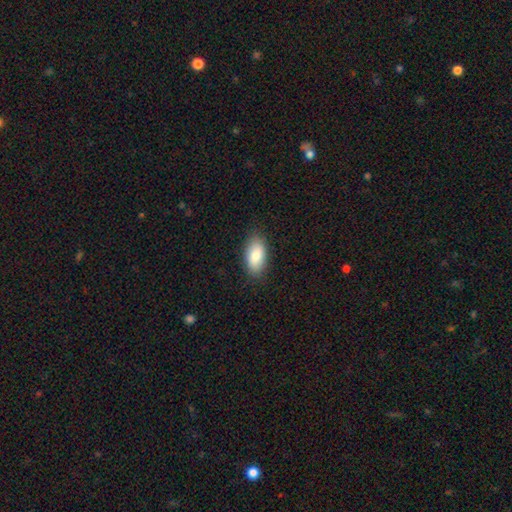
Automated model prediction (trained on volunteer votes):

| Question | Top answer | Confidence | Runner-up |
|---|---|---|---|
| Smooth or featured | smooth | 84% | featured or disk (9%) |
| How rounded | in between | 93% | cigar-shaped (3%) |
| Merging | none | 86% | minor disturbance (11%) |